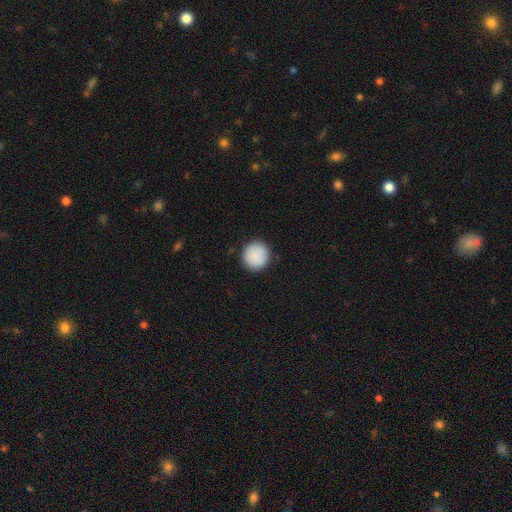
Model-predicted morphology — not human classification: smooth 88%, star or artifact 7%, featured or disk 5%. Down the decision tree: how rounded — round (95%); merging — none (91%).